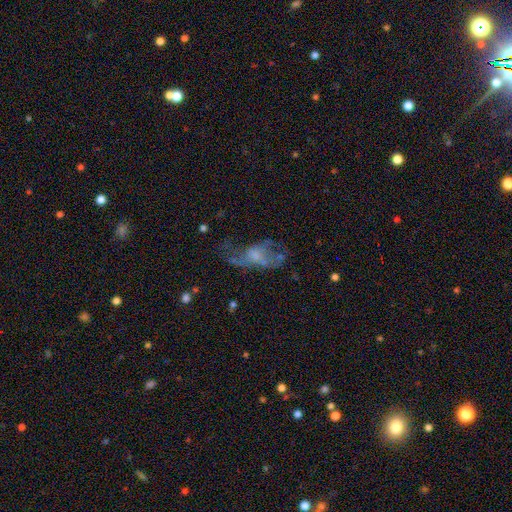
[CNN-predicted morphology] This appears to be a featured or disk galaxy (57%) with no bar (73%), no spiral arms (59%) and a small central bulge (39%). Merging: major disturbance (41%).